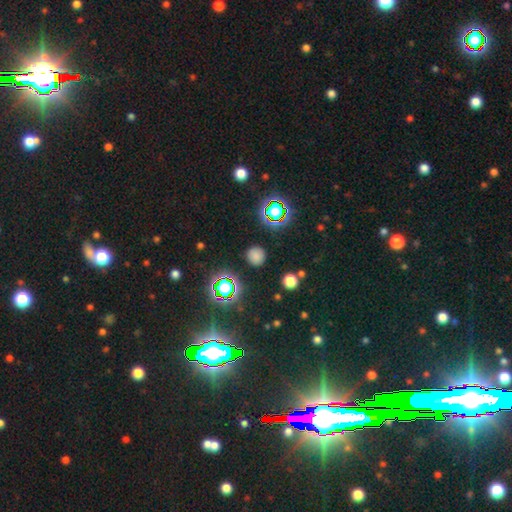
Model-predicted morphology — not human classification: This appears to be a smooth galaxy with no disk features (67%) that is round (93%). Merging: none (89%).